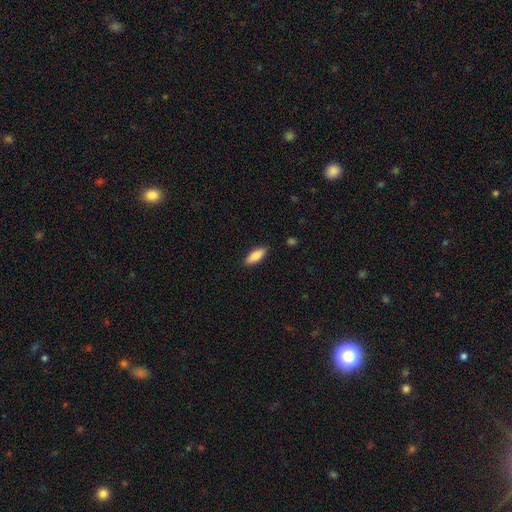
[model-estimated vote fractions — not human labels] smooth 85%, featured or disk 9%, star or artifact 6%. Down the decision tree: how rounded — in between (72%); merging — none (87%).